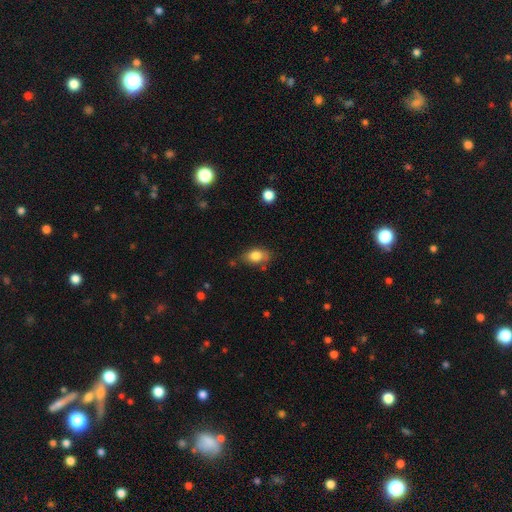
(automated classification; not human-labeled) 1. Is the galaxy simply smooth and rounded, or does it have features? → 81% smooth, 11% featured or disk, 8% star or artifact.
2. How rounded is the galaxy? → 86% in between, 11% round, 3% cigar-shaped.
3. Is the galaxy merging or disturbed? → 70% none, 22% minor disturbance, 5% major disturbance, 4% merger.